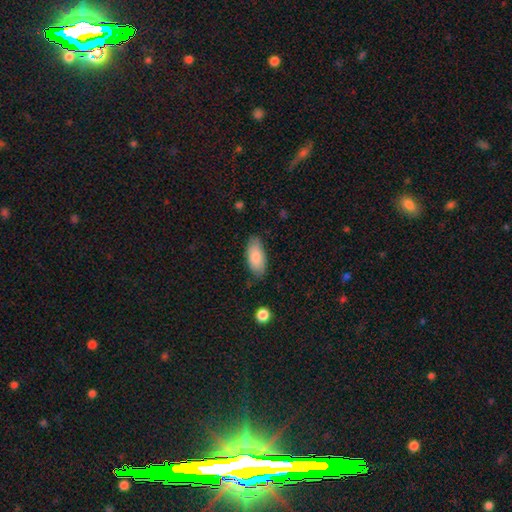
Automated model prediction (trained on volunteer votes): Smooth or featured?
  - smooth: 83% *
  - featured or disk: 11%
  - star or artifact: 6%
How rounded?
  - in between: 89% *
  - cigar-shaped: 9%
  - round: 2%
Merging?
  - none: 77% *
  - minor disturbance: 18%
  - major disturbance: 3%
  - merger: 2%